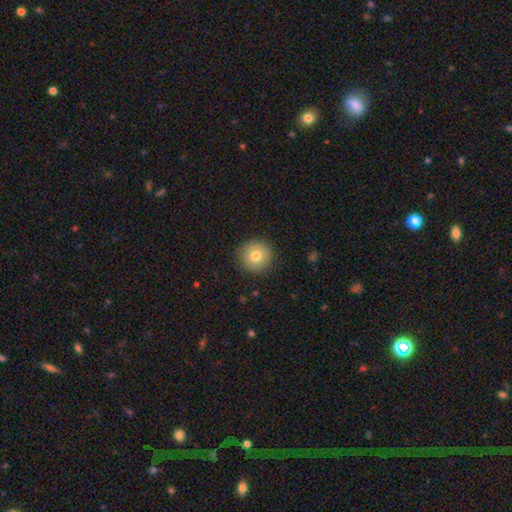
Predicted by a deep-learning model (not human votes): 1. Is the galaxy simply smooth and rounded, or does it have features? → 78% smooth, 13% featured or disk, 9% star or artifact.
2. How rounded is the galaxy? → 95% round, 4% in between, 1% cigar-shaped.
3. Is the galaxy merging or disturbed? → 90% none, 7% minor disturbance, 2% major disturbance, 1% merger.